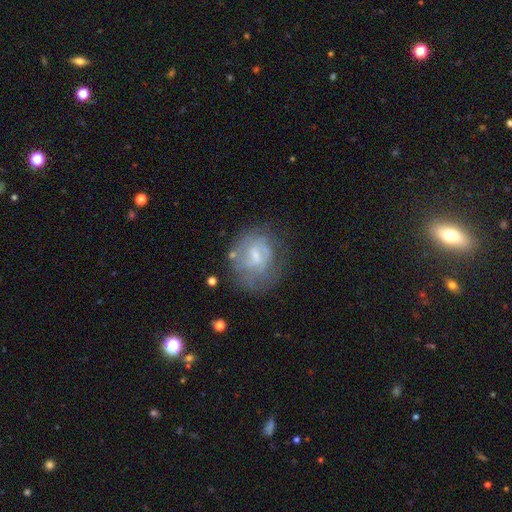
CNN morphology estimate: A featured or disk galaxy (67%) with a weak bar (57%), spiral arms (71%) and a small central bulge (46%).

Vote fractions:
- Smooth or featured? featured or disk: 67% / smooth: 25% / star or artifact: 8%
- Edge-on disk? no: 97% / yes: 3%
- Bar? weak: 57% / no: 30% / strong: 13%
- Spiral arms? yes: 71% / no: 29%
- Bulge size? small: 46% / moderate: 33% / none: 18% / large: 3% / dominant: 1%
- Merging? none: 55% / minor disturbance: 23% / major disturbance: 18% / merger: 4%